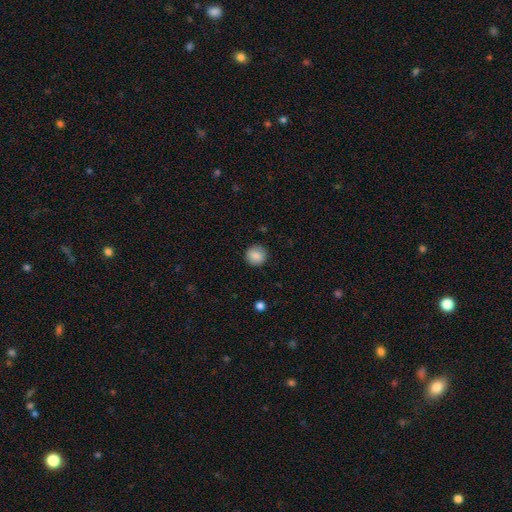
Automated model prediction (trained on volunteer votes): Smooth or featured?
  - smooth: 87% *
  - star or artifact: 9%
  - featured or disk: 4%
How rounded?
  - round: 92% *
  - in between: 7%
  - cigar-shaped: 1%
Merging?
  - none: 90% *
  - minor disturbance: 7%
  - major disturbance: 2%
  - merger: 1%